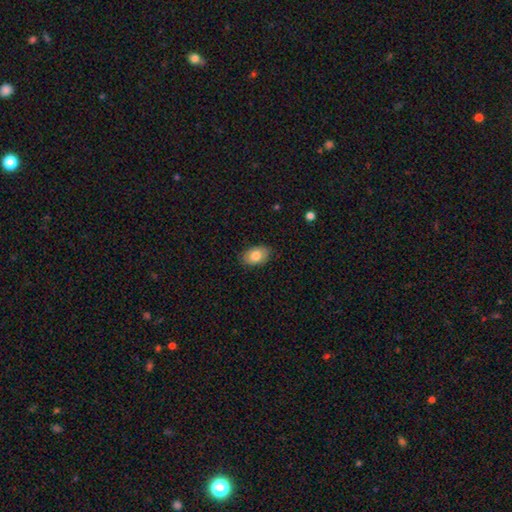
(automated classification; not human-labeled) Overall: smooth (81%). How rounded: in between (88%). Merging: none (86%).